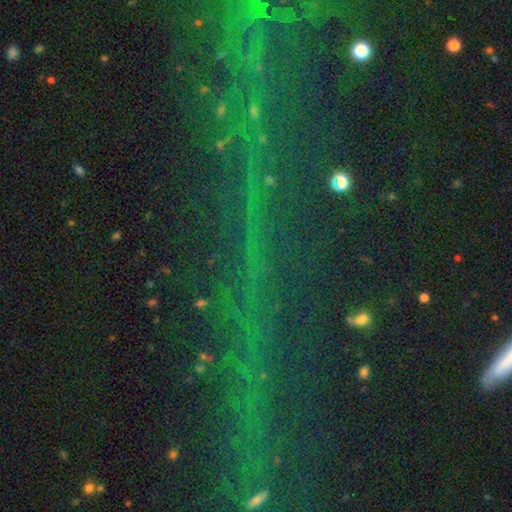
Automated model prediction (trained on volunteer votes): Smooth or featured? Predicted: star or artifact (p=0.76).